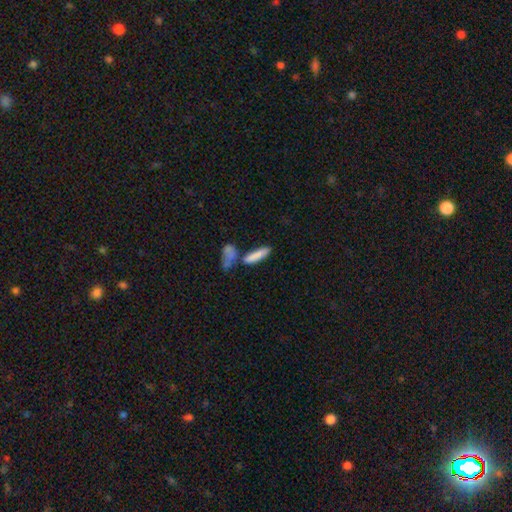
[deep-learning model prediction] smooth-or-featured: smooth: 81% | featured or disk: 12% | star or artifact: 7%
  how-rounded: cigar-shaped: 73% | in between: 25% | round: 2%
  merging: none: 53% | merger: 28% | minor disturbance: 13% | major disturbance: 6%